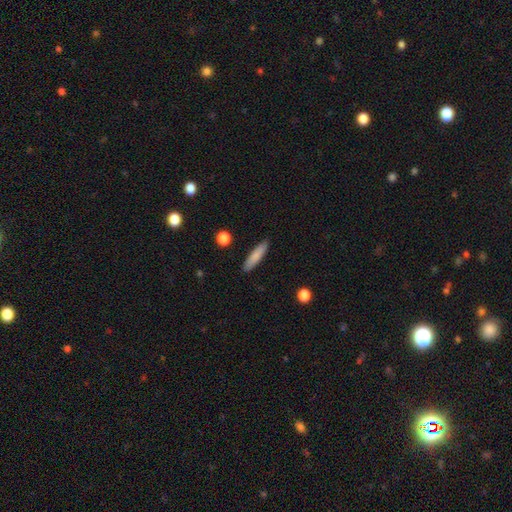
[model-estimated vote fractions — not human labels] The model was most divided on "how rounded": cigar-shaped: 84%, in between: 15%, round: 1%. More confident: merging — none (90%); smooth or featured — smooth (82%).